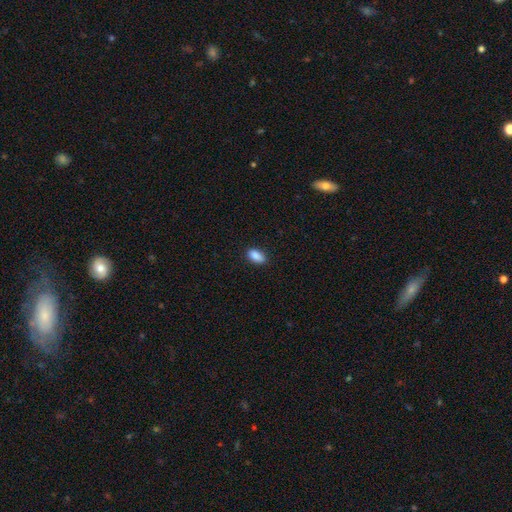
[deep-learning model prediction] smooth-or-featured: smooth: 88% | star or artifact: 8% | featured or disk: 4%
  how-rounded: in between: 90% | round: 6% | cigar-shaped: 5%
  merging: none: 86% | minor disturbance: 10% | major disturbance: 2% | merger: 1%